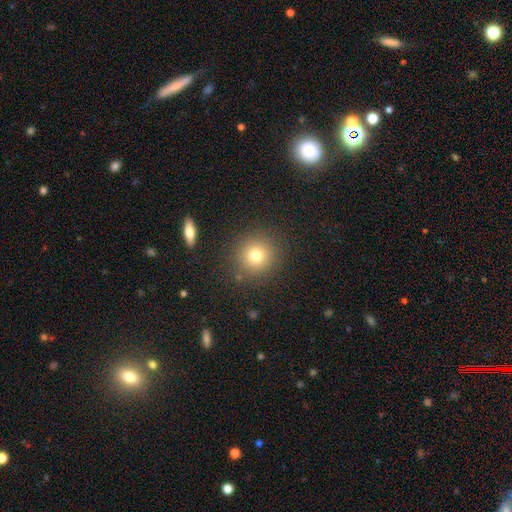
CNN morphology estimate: Smooth or featured?
  - smooth: 75% *
  - star or artifact: 14%
  - featured or disk: 11%
How rounded?
  - round: 93% *
  - in between: 6%
  - cigar-shaped: 1%
Merging?
  - none: 88% *
  - minor disturbance: 7%
  - major disturbance: 3%
  - merger: 2%